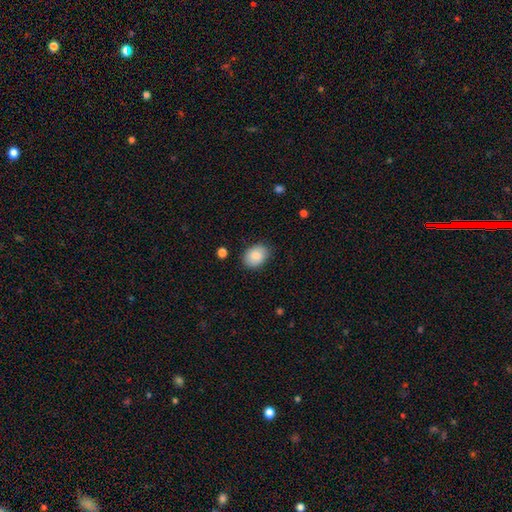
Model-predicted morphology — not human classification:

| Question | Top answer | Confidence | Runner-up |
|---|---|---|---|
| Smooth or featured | smooth | 86% | featured or disk (7%) |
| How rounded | in between | 68% | round (31%) |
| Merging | none | 84% | minor disturbance (13%) |